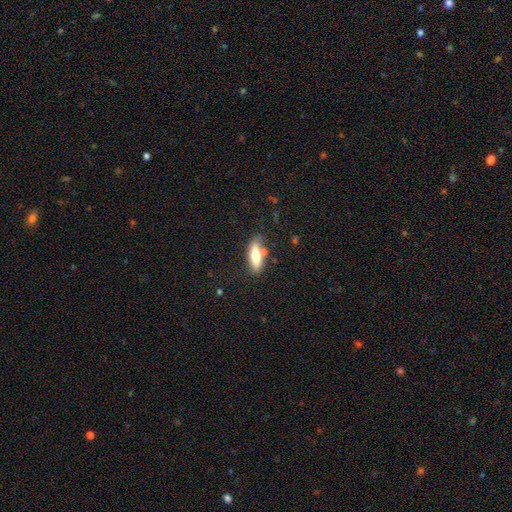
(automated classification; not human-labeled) Q: Smooth or featured?
A: smooth (65%); runner-up: featured or disk (29%)
Q: How rounded?
A: in between (58%); runner-up: cigar-shaped (39%)
Q: Merging?
A: none (64%); runner-up: minor disturbance (18%)